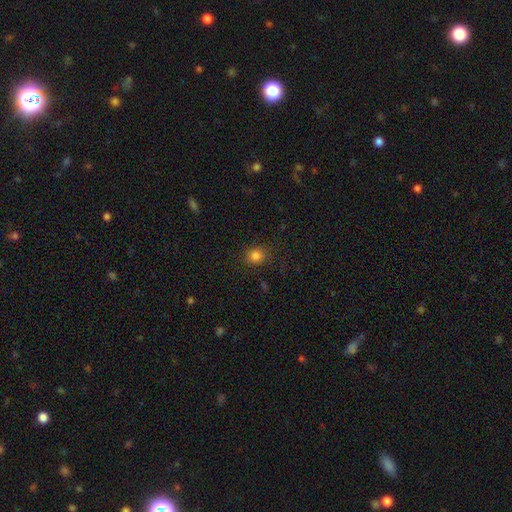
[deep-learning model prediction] Smooth or featured? smooth (82%)
How rounded? round (80%)
Merging? none (86%)